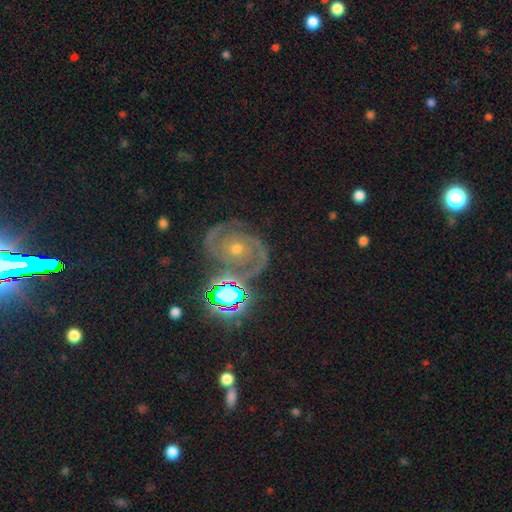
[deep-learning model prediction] Smooth or featured? Predicted: featured or disk (p=0.68). Edge-on disk? Predicted: no (p=0.97). Bar? Predicted: no (p=0.71). Spiral arms? Predicted: yes (p=0.94). Spiral winding? Predicted: tight (p=0.56). Spiral arm count? Predicted: 2 (p=0.60). Bulge size? Predicted: small (p=0.59). Merging? Predicted: none (p=0.73).